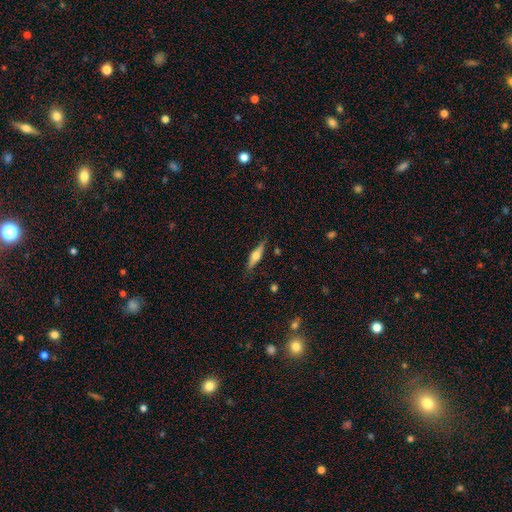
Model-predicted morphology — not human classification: smooth_or_featured: featured or disk (p=0.59) [alt: smooth p=0.35]
disk_edge_on: yes (p=0.95) [alt: no p=0.05]
edge_on_bulge: rounded (p=0.91) [alt: boxy p=0.06]
merging: none (p=0.84) [alt: minor disturbance p=0.12]